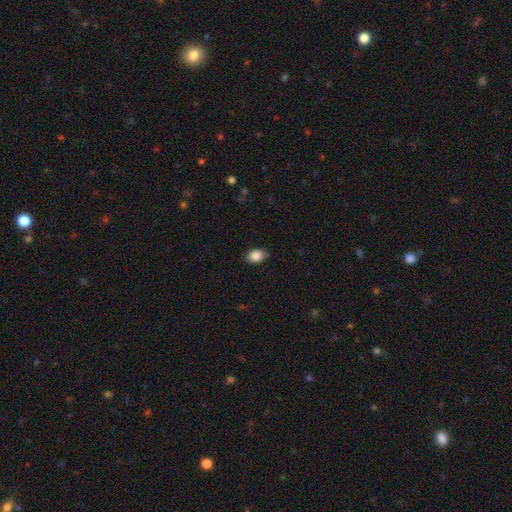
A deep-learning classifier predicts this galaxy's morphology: Q: Smooth or featured?
A: smooth (87%); runner-up: star or artifact (8%)
Q: How rounded?
A: in between (75%); runner-up: round (24%)
Q: Merging?
A: none (79%); runner-up: minor disturbance (17%)